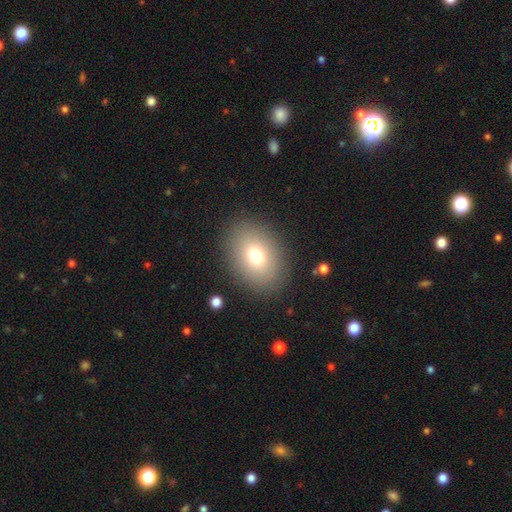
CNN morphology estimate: A smooth galaxy with no disk features (75%) that is in between round and cigar-shaped (71%).

Vote fractions:
- Smooth or featured? smooth: 75% / featured or disk: 14% / star or artifact: 11%
- How rounded? in between: 71% / round: 28% / cigar-shaped: 1%
- Merging? none: 87% / minor disturbance: 8% / major disturbance: 4% / merger: 1%